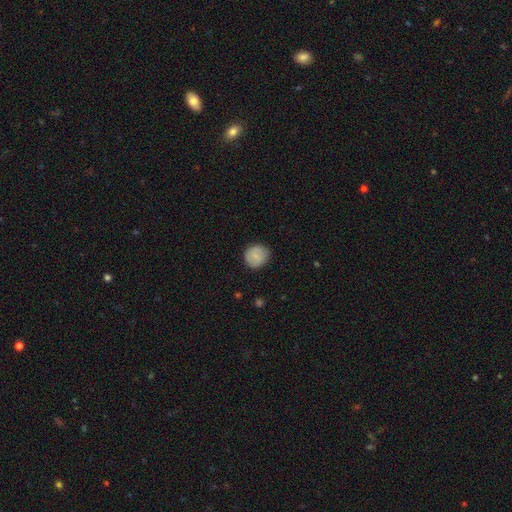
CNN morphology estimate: Smooth or featured: smooth — 82% (featured or disk — 11%)
How rounded: round — 89% (in between — 10%)
Merging: none — 86% (minor disturbance — 11%)